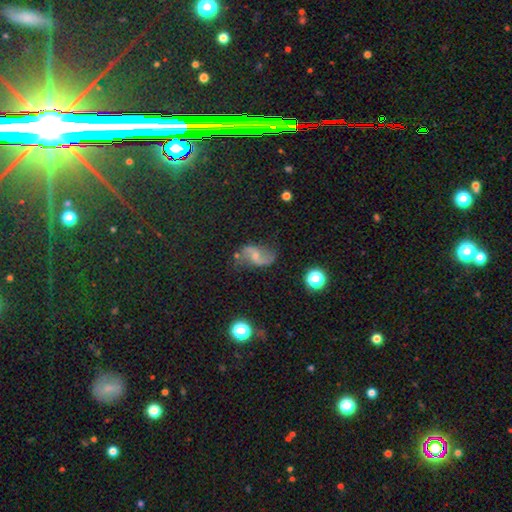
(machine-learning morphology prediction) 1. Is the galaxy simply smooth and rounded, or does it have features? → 77% featured or disk, 13% smooth, 10% star or artifact.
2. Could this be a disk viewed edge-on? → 97% no, 3% yes.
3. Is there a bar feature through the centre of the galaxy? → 47% no, 40% weak, 12% strong.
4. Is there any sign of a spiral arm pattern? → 93% yes, 7% no.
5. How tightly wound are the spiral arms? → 80% loose, 16% medium, 4% tight.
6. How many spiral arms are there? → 92% 2, 3% 1, 3% can't tell, 1% 3, 1% 4, 1% more than 4.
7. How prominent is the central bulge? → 54% small, 37% moderate, 6% none, 2% large, 1% dominant.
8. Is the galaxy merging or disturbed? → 67% none, 18% minor disturbance, 11% major disturbance, 4% merger.